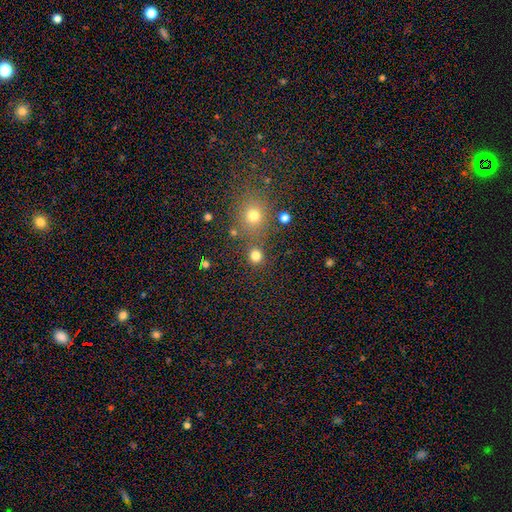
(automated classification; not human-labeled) Smooth or featured: smooth — 78% (star or artifact — 17%)
How rounded: round — 91% (in between — 8%)
Merging: none — 80% (merger — 10%)